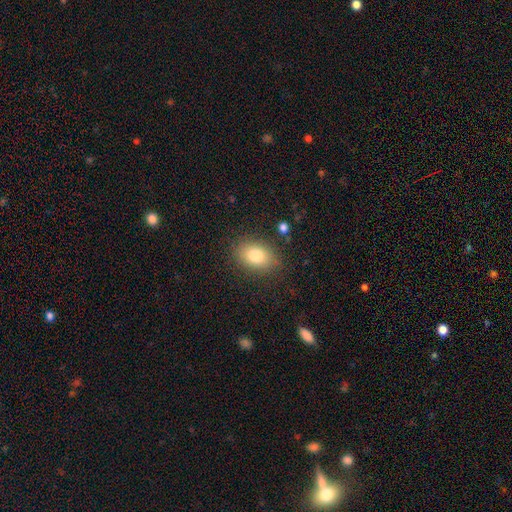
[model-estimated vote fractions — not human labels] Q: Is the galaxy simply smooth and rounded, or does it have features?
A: smooth — 79%.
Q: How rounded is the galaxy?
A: in between — 76%.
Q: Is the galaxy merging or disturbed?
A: none — 83%.